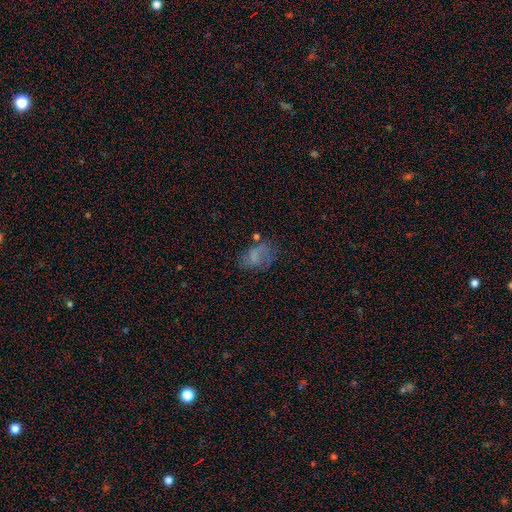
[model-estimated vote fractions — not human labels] A smooth galaxy with no disk features (56%) that is in between round and cigar-shaped (82%).

Vote fractions:
- Smooth or featured? smooth: 56% / featured or disk: 29% / star or artifact: 15%
- How rounded? in between: 82% / round: 16% / cigar-shaped: 2%
- Merging? none: 48% / minor disturbance: 26% / major disturbance: 21% / merger: 5%